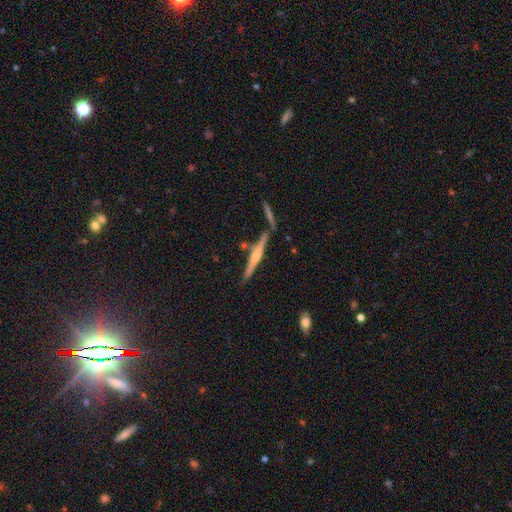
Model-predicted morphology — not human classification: smooth_or_featured: featured or disk (p=0.69) [alt: smooth p=0.24]
disk_edge_on: yes (p=0.97) [alt: no p=0.03]
edge_on_bulge: rounded (p=0.73) [alt: boxy p=0.15]
merging: none (p=0.75) [alt: merger p=0.11]